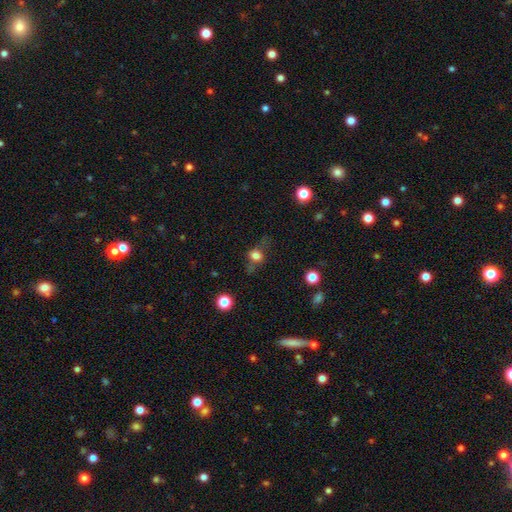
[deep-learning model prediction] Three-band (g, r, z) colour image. It shows a smooth galaxy with no disk features (71%) that is round (55%). Merging: none (57%).